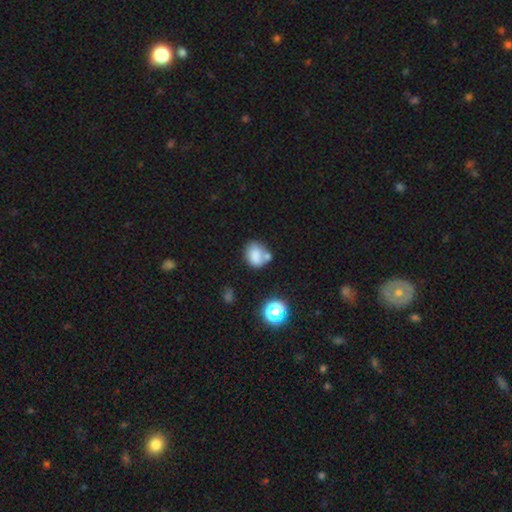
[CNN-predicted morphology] A smooth galaxy with no disk features (77%) that is in between round and cigar-shaped (54%).

Vote fractions:
- Smooth or featured? smooth: 77% / featured or disk: 12% / star or artifact: 12%
- How rounded? in between: 54% / round: 45% / cigar-shaped: 1%
- Merging? none: 46% / merger: 28% / minor disturbance: 18% / major disturbance: 8%